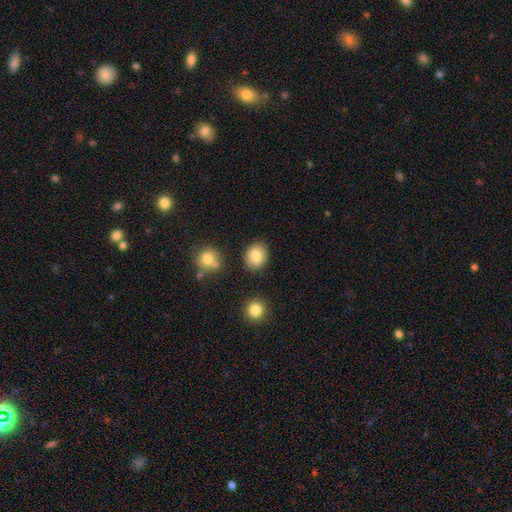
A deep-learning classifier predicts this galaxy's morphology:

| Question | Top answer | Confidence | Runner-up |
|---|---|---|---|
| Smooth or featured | smooth | 84% | star or artifact (8%) |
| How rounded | round | 53% | in between (46%) |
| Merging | none | 84% | minor disturbance (10%) |